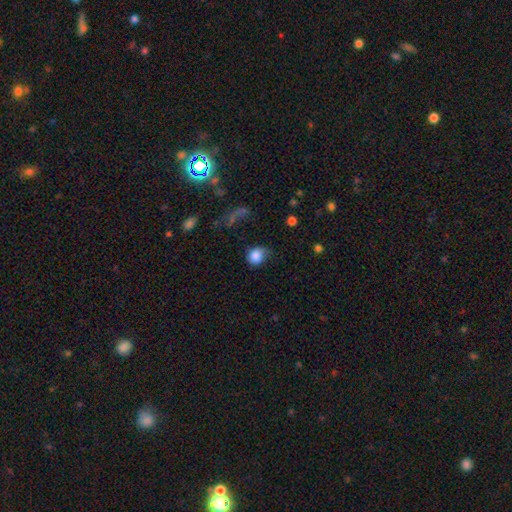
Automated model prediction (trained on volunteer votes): This appears to be a smooth galaxy with no disk features (84%) that is round (67%). Merging: none (50%).